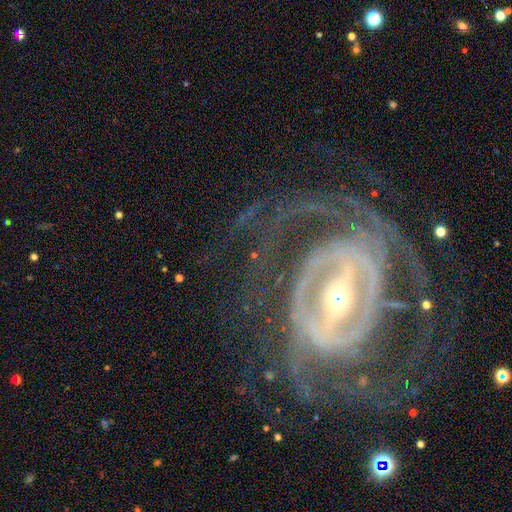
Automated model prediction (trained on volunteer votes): Overall: featured or disk (91%). Edge-on disk: no (95%). Bar: strong (73%). Spiral arms: yes (94%). Spiral arm count: 2 (28%; can't tell 26%). Spiral winding: tight (60%; medium 30%). Bulge size: small (47%; moderate 46%). Merging: none (65%).